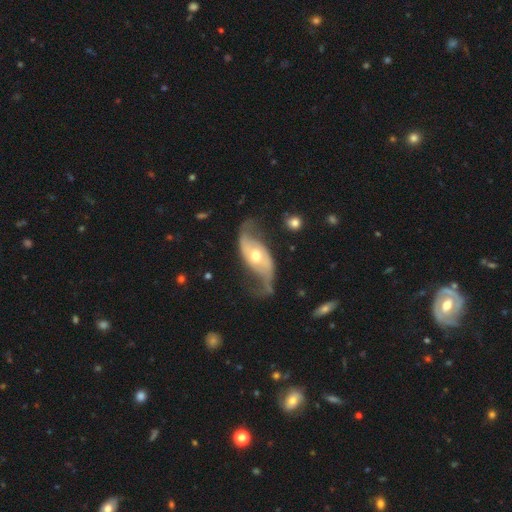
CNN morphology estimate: Smooth or featured? featured or disk (84%)
Edge-on disk? no (94%)
Bar? no (60%)
Spiral arms? yes (93%)
Spiral winding? loose (68%)
Spiral arm count? 2 (91%)
Bulge size? moderate (69%)
Merging? none (58%)